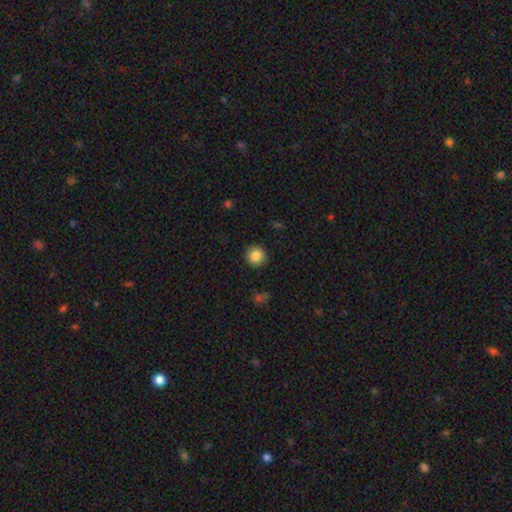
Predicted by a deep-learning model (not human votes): This appears to be a smooth galaxy with no disk features (86%) that is round (93%). Merging: none (90%).